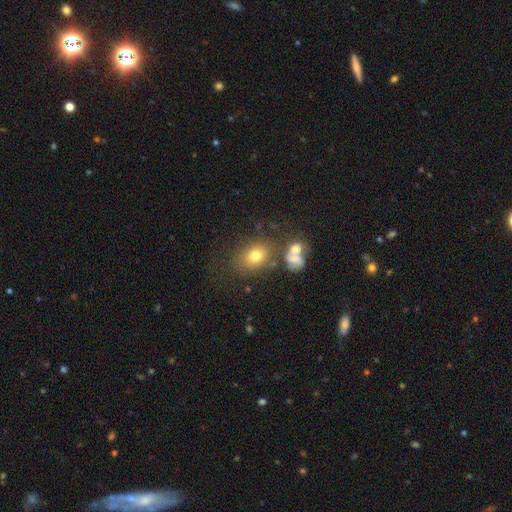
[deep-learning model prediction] Morphology: type=smooth (71%); roundness=in between (58%); merging=none (62%).